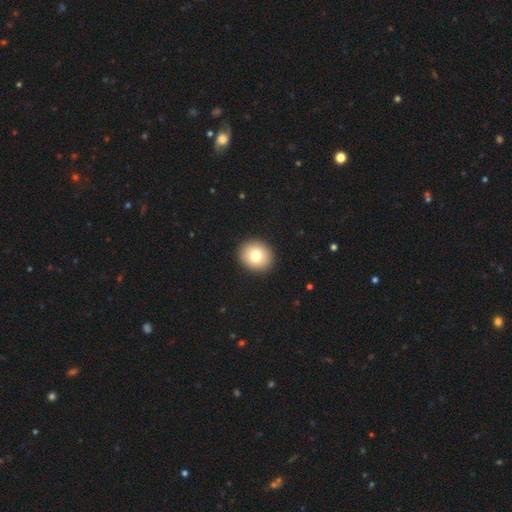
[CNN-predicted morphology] Smooth or featured?
  - smooth: 78% *
  - featured or disk: 13%
  - star or artifact: 9%
How rounded?
  - round: 77% *
  - in between: 22%
  - cigar-shaped: 1%
Merging?
  - none: 92% *
  - minor disturbance: 5%
  - major disturbance: 2%
  - merger: 1%